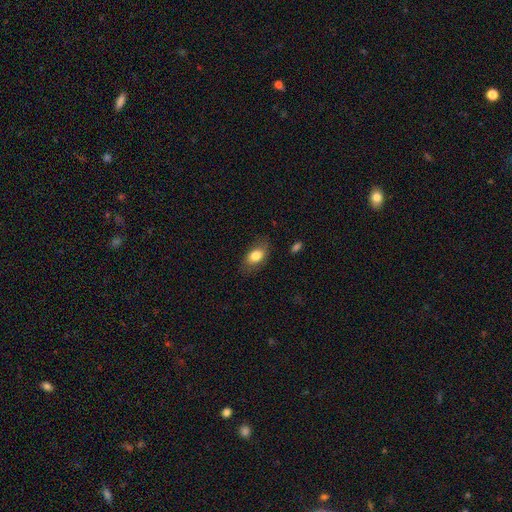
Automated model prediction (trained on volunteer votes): Q: Smooth or featured?
A: smooth (80%); runner-up: featured or disk (13%)
Q: How rounded?
A: in between (87%); runner-up: round (10%)
Q: Merging?
A: none (75%); runner-up: minor disturbance (18%)